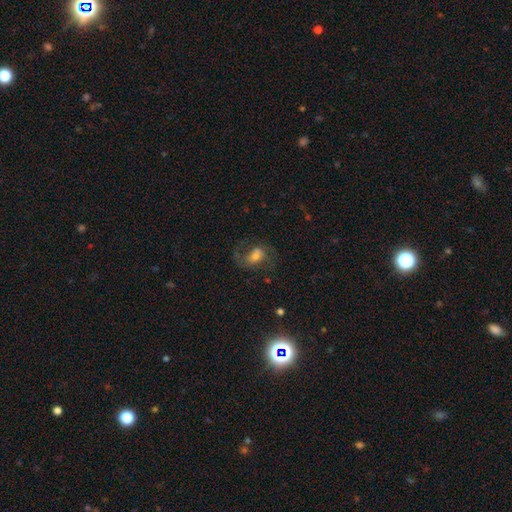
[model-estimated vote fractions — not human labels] Morphology: type=featured or disk (60%); edge-on=no (96%); bar=weak (42%); spiral arms=yes (85%); bulge=moderate (48%); merging=none (57%).